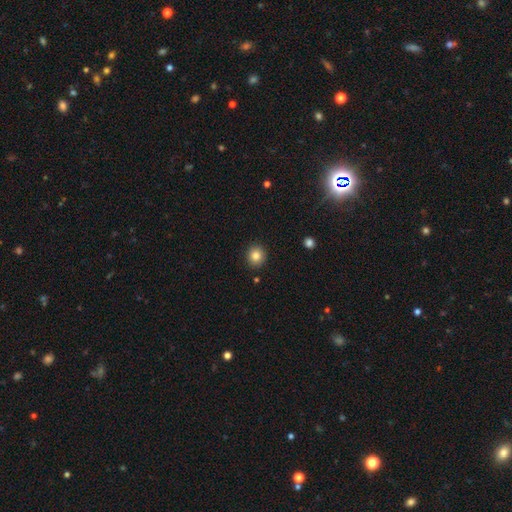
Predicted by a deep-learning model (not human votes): Morphology: type=smooth (85%); roundness=round (87%); merging=none (90%).